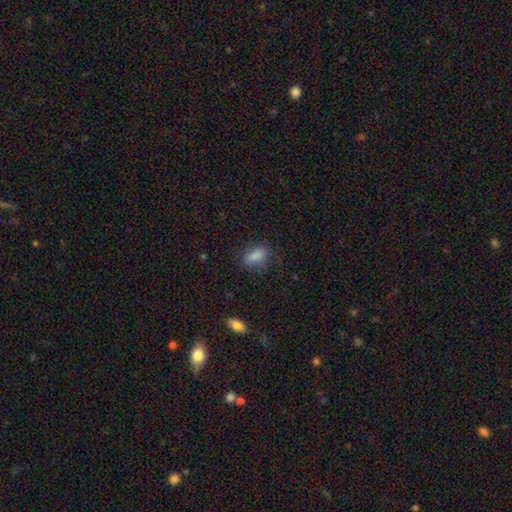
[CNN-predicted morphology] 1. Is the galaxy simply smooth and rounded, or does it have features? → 83% smooth, 10% star or artifact, 7% featured or disk.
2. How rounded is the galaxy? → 79% in between, 14% cigar-shaped, 8% round.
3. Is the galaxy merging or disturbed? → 78% none, 16% minor disturbance, 5% major disturbance, 2% merger.